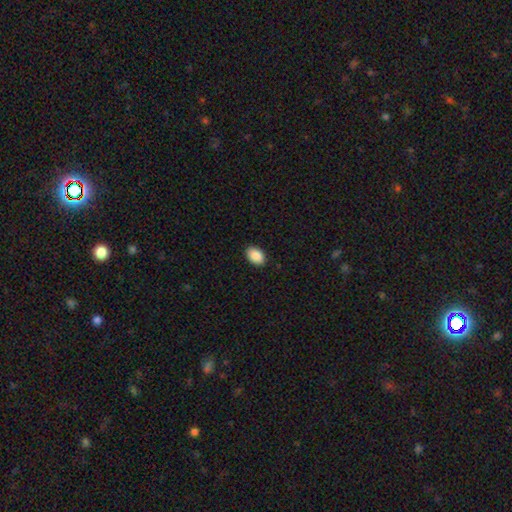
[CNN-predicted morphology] This is clearly a smooth galaxy (90%). How rounded: clearly in between (87%). Merging: clearly none (89%).